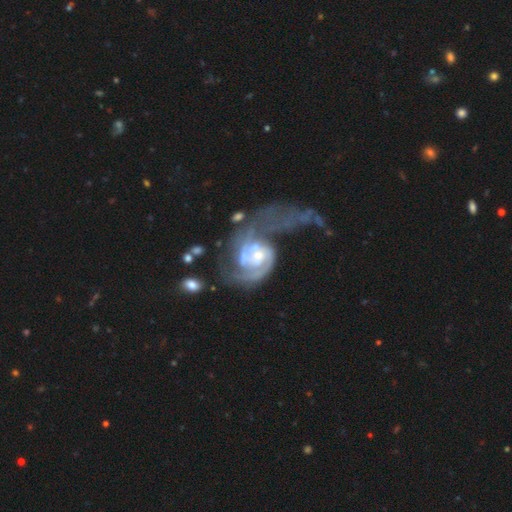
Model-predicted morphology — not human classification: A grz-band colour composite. It shows a featured or disk galaxy (87%) with no bar (66%), 2 (59%) medium (40%) spiral arms (93%) and a small central bulge (42%). Merging: major disturbance (45%).